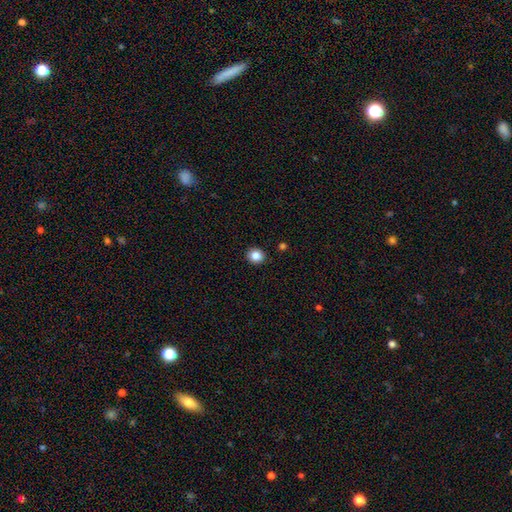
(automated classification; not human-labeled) Smooth or featured?
  - smooth: 85% *
  - star or artifact: 10%
  - featured or disk: 4%
How rounded?
  - round: 83% *
  - in between: 16%
  - cigar-shaped: 1%
Merging?
  - none: 92% *
  - minor disturbance: 5%
  - major disturbance: 2%
  - merger: 1%